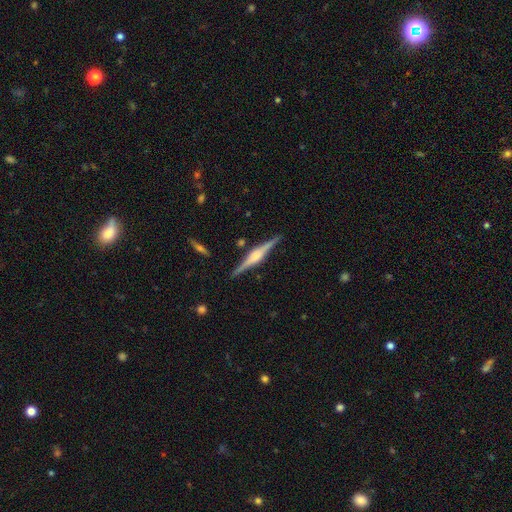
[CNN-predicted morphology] smooth-or-featured: featured or disk: 83% | smooth: 12% | star or artifact: 5%
  disk-edge-on: yes: 98% | no: 2%
    edge-on-bulge: rounded: 69% | boxy: 27% | none: 4%
  merging: none: 89% | minor disturbance: 8% | major disturbance: 2% | merger: 2%